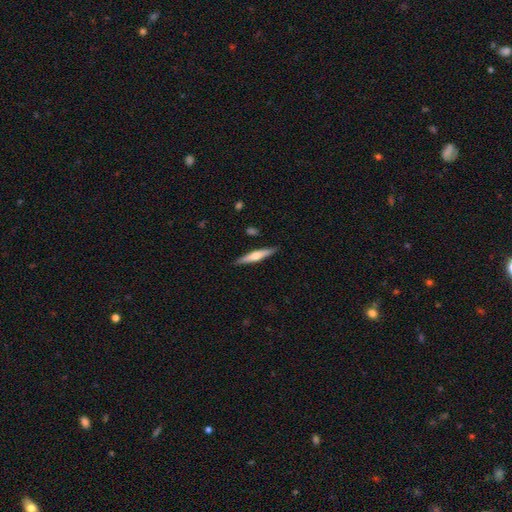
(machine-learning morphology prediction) smooth-or-featured: featured or disk: 50% | smooth: 45% | star or artifact: 6%
  merging: none: 89% | minor disturbance: 8% | merger: 2% | major disturbance: 2%